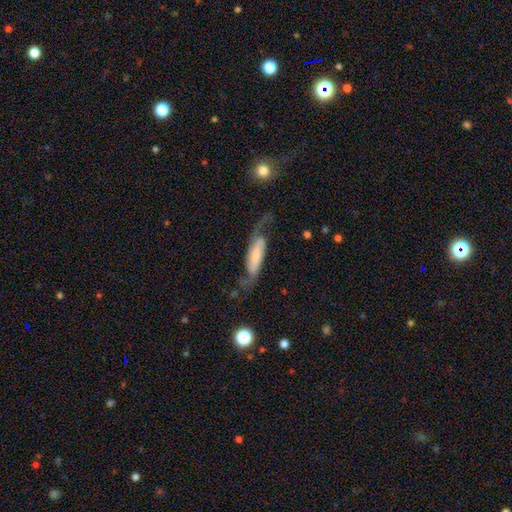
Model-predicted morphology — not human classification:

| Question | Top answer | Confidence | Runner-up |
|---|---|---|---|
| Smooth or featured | featured or disk | 65% | smooth (28%) |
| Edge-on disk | no | 81% | yes (19%) |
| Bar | no | 43% | weak (31%) |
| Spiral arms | yes | 92% | no (8%) |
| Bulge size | small | 35% | moderate (25%) |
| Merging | none | 53% | major disturbance (23%) |